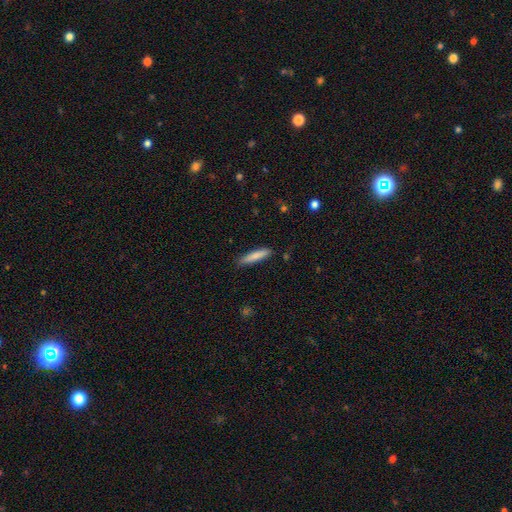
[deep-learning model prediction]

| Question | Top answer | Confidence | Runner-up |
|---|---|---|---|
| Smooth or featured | smooth | 81% | featured or disk (13%) |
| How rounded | cigar-shaped | 87% | in between (12%) |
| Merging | none | 87% | minor disturbance (10%) |